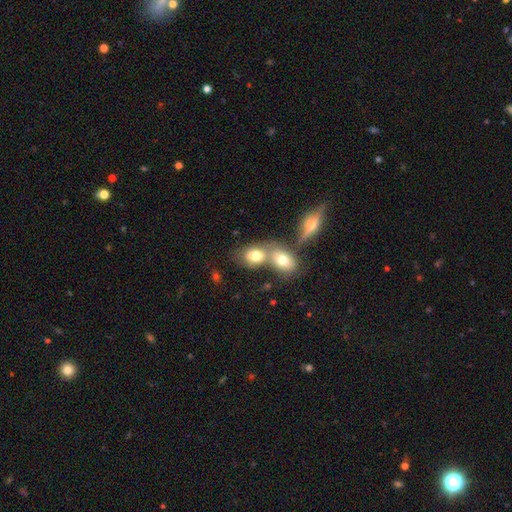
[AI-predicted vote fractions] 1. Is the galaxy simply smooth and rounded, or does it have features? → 74% smooth, 16% featured or disk, 10% star or artifact.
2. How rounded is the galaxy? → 67% in between, 31% round, 2% cigar-shaped.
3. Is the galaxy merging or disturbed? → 56% merger, 30% none, 9% minor disturbance, 5% major disturbance.